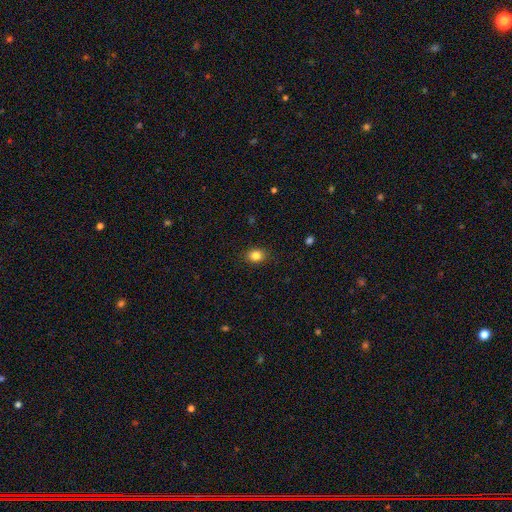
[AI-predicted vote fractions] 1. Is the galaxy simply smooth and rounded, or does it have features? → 84% smooth, 11% star or artifact, 5% featured or disk.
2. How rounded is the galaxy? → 52% round, 47% in between, 1% cigar-shaped.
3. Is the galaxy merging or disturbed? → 88% none, 8% minor disturbance, 2% major disturbance, 1% merger.